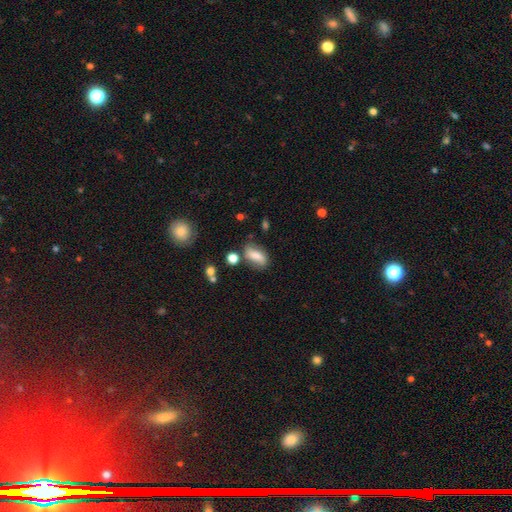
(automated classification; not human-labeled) Smooth or featured? Predicted: smooth (p=0.64). How rounded? Predicted: in between (p=0.79). Merging? Predicted: none (p=0.64).